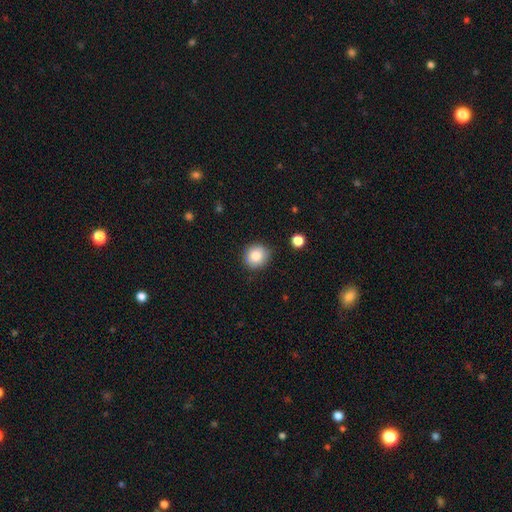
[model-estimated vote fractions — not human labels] Q: Smooth or featured?
A: smooth (83%); runner-up: star or artifact (9%)
Q: How rounded?
A: round (88%); runner-up: in between (11%)
Q: Merging?
A: none (86%); runner-up: minor disturbance (10%)